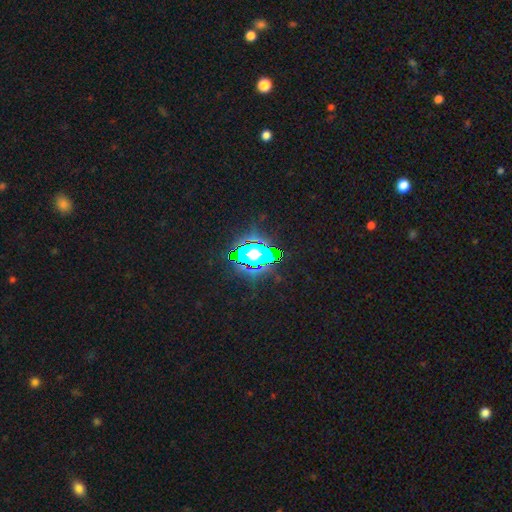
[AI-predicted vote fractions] Smooth or featured?
  - star or artifact: 59% *
  - smooth: 26%
  - featured or disk: 15%